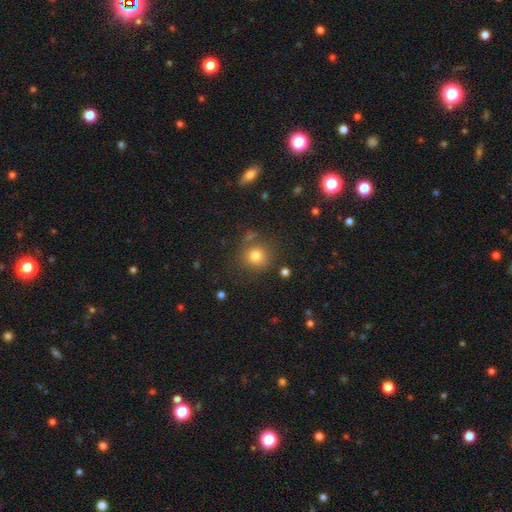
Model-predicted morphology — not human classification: smooth 78%, star or artifact 14%, featured or disk 8%. Down the decision tree: how rounded — round (88%); merging — none (77%).